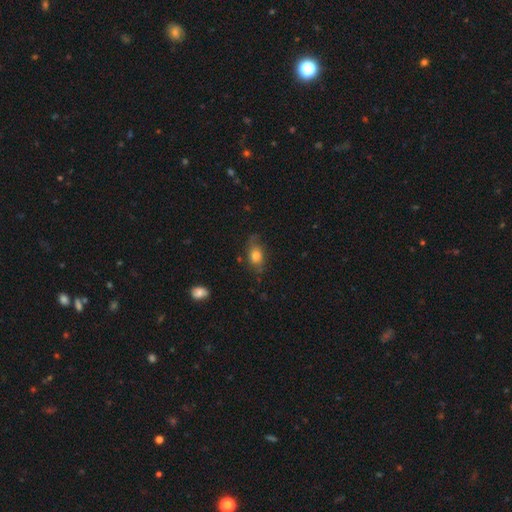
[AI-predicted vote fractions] smooth 70%, featured or disk 21%, star or artifact 9%. Down the decision tree: how rounded — in between (77%); merging — none (63%).